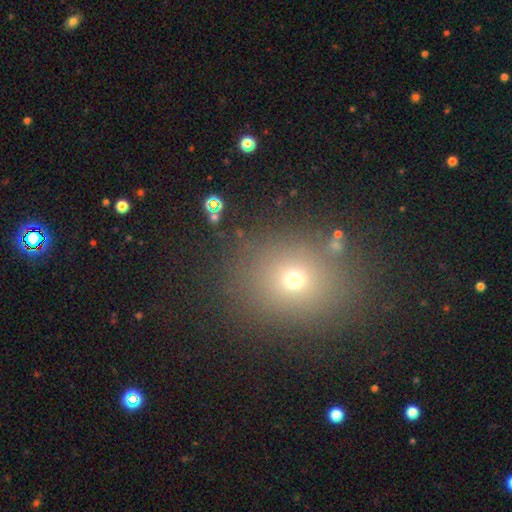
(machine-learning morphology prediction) smooth_or_featured: smooth (p=0.58) [alt: star or artifact p=0.32]
how_rounded: round (p=0.72) [alt: in between p=0.27]
merging: none (p=0.86) [alt: minor disturbance p=0.08]